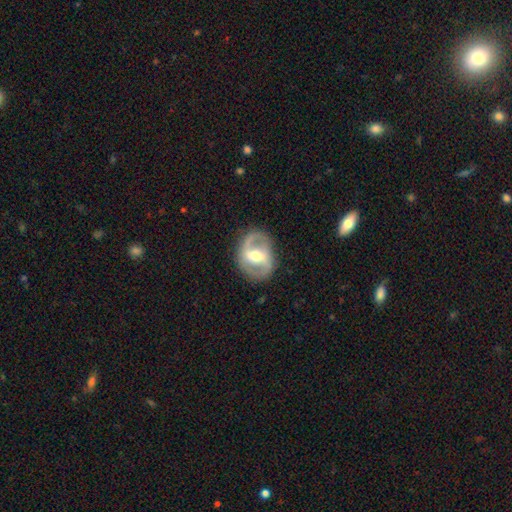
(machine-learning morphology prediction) A featured or disk galaxy (84%) with a weak bar (42%), 2 (91%) medium (51%) spiral arms (88%) and a moderate central bulge (71%). Merging: none (84%).